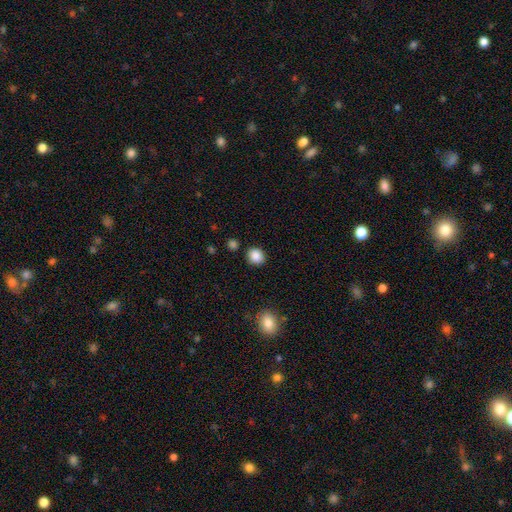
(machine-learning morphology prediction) This appears to be a smooth galaxy with no disk features (87%) that is round (68%). Merging: none (86%).